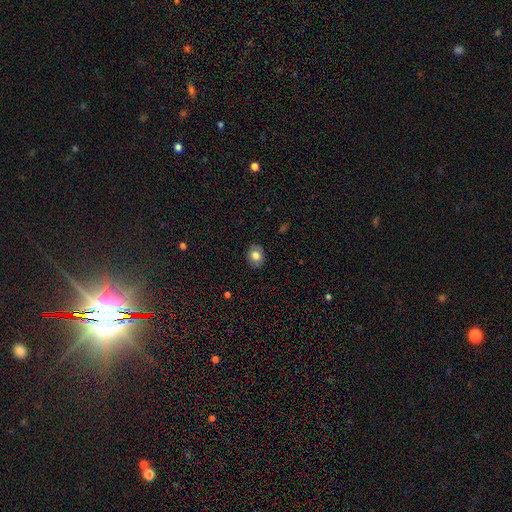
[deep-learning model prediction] Morphology: type=smooth (80%); roundness=round (59%); merging=none (88%).